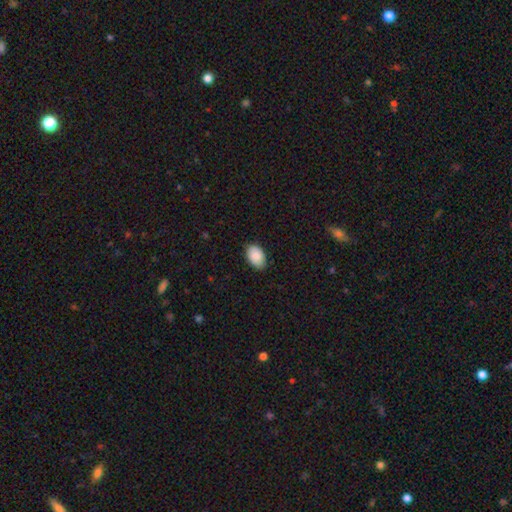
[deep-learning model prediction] This is clearly a smooth galaxy (86%). How rounded: clearly in between (89%). Merging: clearly none (83%).